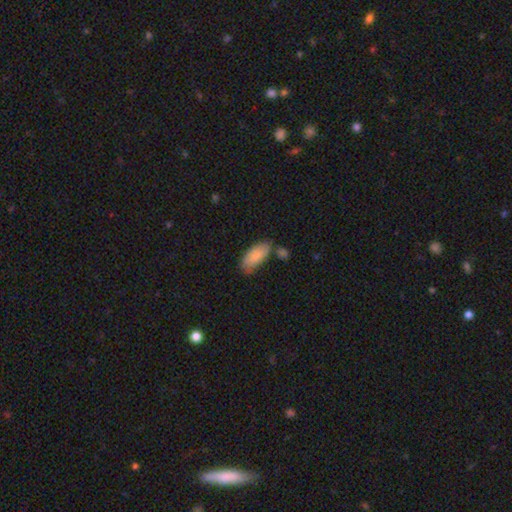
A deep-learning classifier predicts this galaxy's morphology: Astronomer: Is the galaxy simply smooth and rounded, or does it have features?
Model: smooth — 84%.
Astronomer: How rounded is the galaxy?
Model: in between — 89%.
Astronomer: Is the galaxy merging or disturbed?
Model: none — 63%.